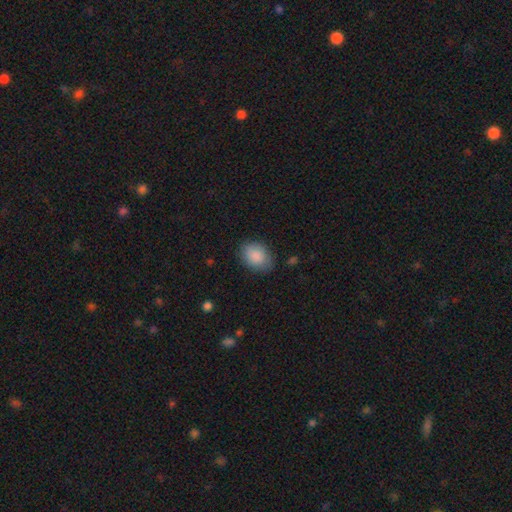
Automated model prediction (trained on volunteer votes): smooth 89%, star or artifact 7%, featured or disk 4%. Down the decision tree: how rounded — in between (63%); merging — none (80%).